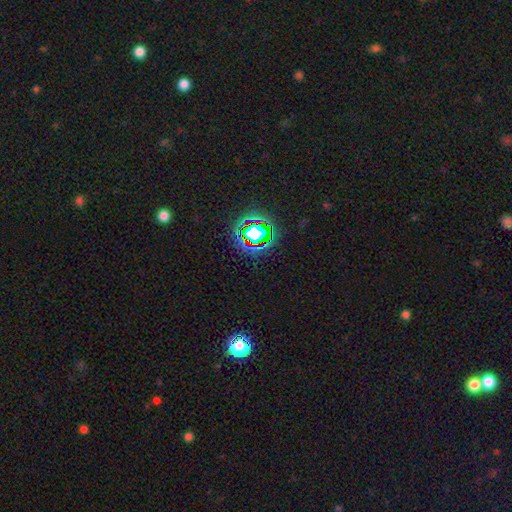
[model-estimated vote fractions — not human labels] Q: Smooth or featured?
A: star or artifact (74%); runner-up: smooth (18%)